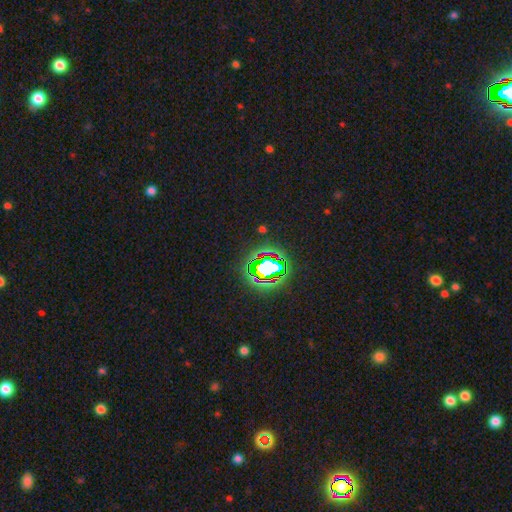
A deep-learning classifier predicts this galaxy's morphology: type=star or artifact (69%).